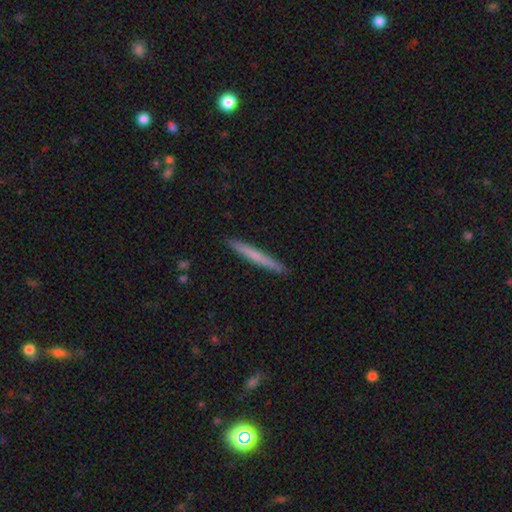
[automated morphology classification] Smooth or featured? Predicted: smooth (p=0.63). How rounded? Predicted: cigar-shaped (p=0.97). Merging? Predicted: none (p=0.92).